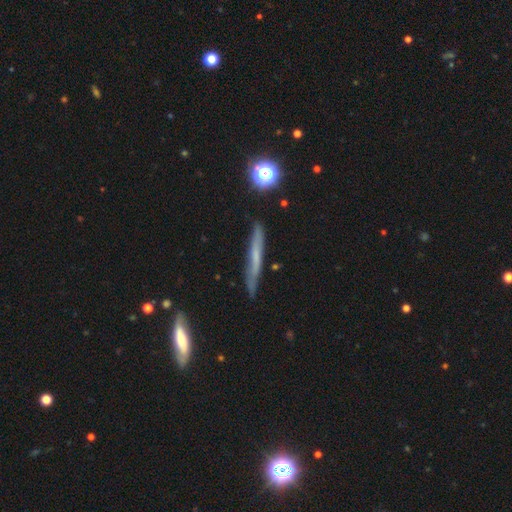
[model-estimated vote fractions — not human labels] This appears to be a featured or disk galaxy (46%). Merging: none (80%).